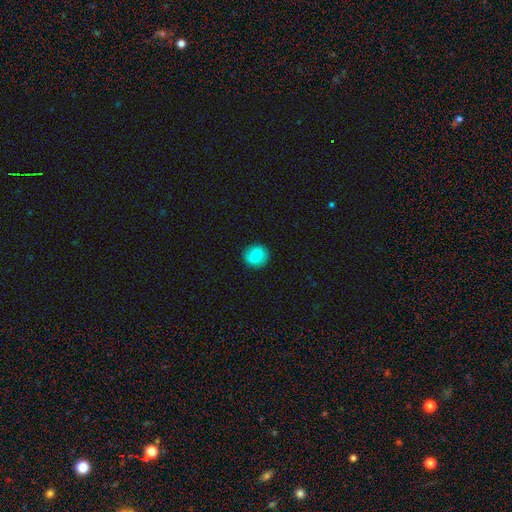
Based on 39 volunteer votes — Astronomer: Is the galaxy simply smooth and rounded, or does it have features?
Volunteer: smooth — 77%.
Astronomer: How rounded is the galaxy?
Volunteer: round — 87%.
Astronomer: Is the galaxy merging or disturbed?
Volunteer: none — 92%.